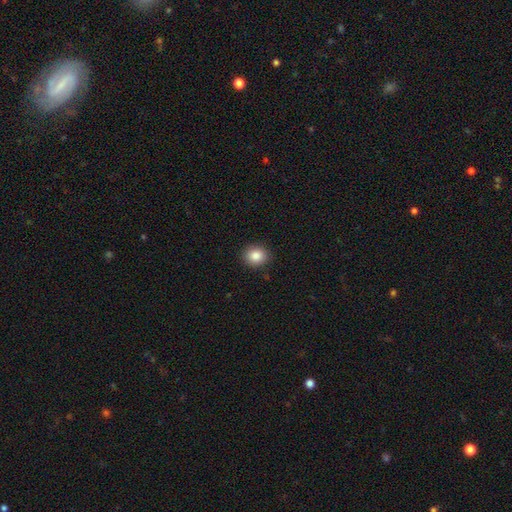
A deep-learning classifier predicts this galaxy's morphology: type=smooth (85%); roundness=round (74%); merging=none (90%).